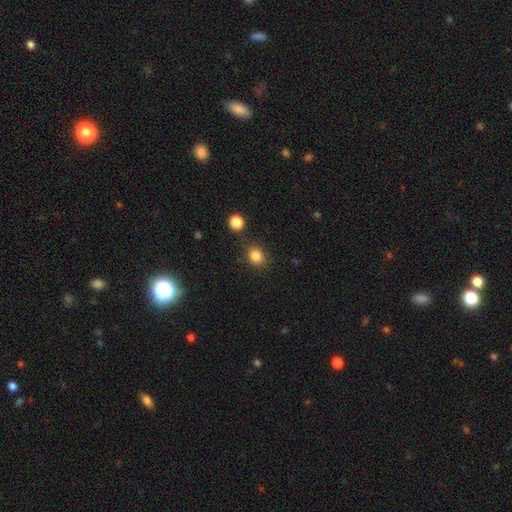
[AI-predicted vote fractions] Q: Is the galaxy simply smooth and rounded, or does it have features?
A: smooth — 84%.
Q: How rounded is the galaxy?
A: round — 65%.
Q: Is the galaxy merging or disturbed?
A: none — 82%.